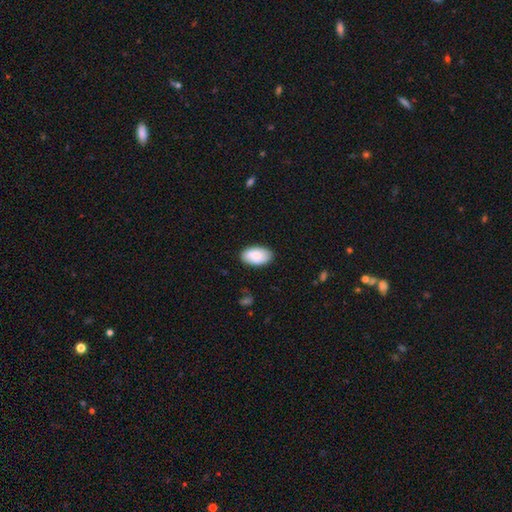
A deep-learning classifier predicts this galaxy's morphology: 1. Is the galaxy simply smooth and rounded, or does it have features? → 85% smooth, 9% featured or disk, 6% star or artifact.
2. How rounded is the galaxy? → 95% in between, 4% round, 1% cigar-shaped.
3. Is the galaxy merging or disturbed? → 82% none, 14% minor disturbance, 2% major disturbance, 2% merger.